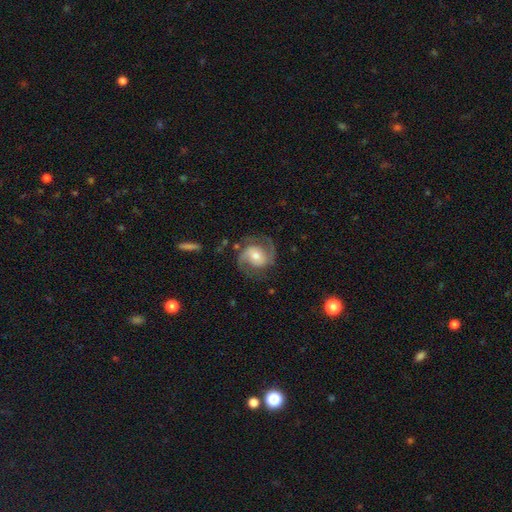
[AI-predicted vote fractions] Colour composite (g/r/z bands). It shows a featured or disk galaxy (87%) with no bar (45%), 2 (91%) medium (56%) spiral arms (97%) and a moderate central bulge (59%). Merging: none (77%).